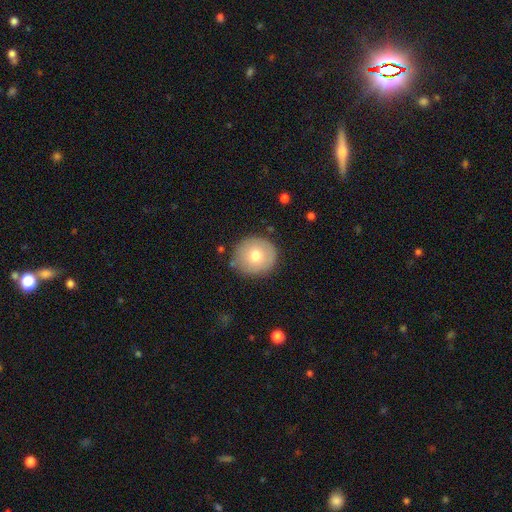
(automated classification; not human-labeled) smooth_or_featured: smooth (p=0.72) [alt: featured or disk p=0.20]
how_rounded: round (p=0.90) [alt: in between p=0.09]
merging: none (p=0.84) [alt: minor disturbance p=0.11]